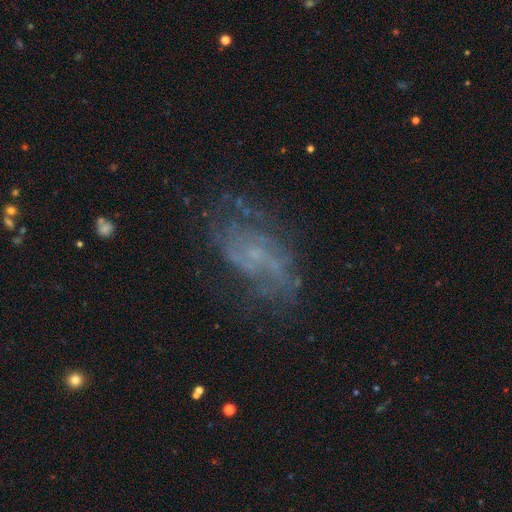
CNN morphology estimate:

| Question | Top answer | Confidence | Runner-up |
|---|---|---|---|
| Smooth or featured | featured or disk | 70% | smooth (16%) |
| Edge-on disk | no | 96% | yes (4%) |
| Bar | no | 72% | weak (23%) |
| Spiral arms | yes | 72% | no (28%) |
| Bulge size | small | 54% | none (36%) |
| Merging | none | 58% | minor disturbance (20%) |